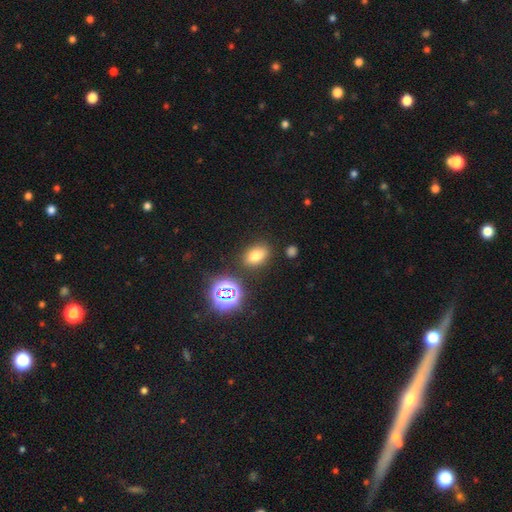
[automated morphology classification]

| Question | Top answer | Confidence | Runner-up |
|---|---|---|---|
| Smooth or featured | smooth | 71% | star or artifact (21%) |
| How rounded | in between | 77% | round (21%) |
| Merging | none | 84% | minor disturbance (10%) |